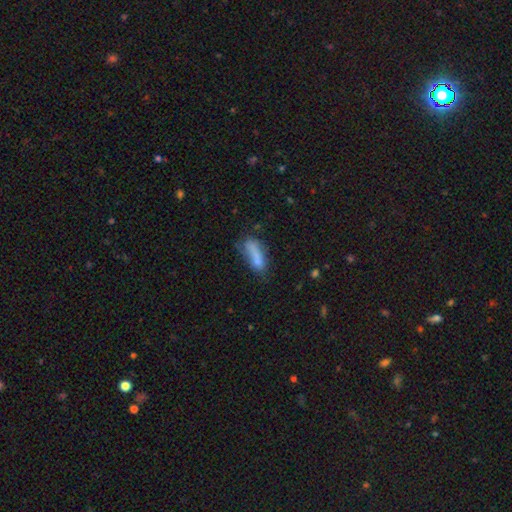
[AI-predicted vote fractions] This appears to be a smooth galaxy with no disk features (74%) that is in between round and cigar-shaped (57%). Merging: none (41%).